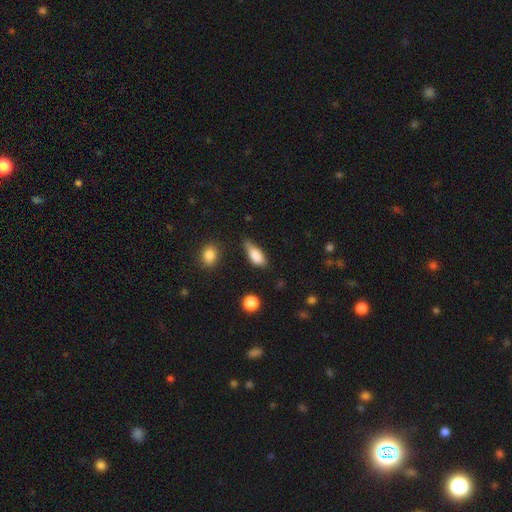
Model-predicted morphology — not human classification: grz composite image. It shows a smooth galaxy with no disk features (83%) that is in between round and cigar-shaped (79%). Merging: none (44%).